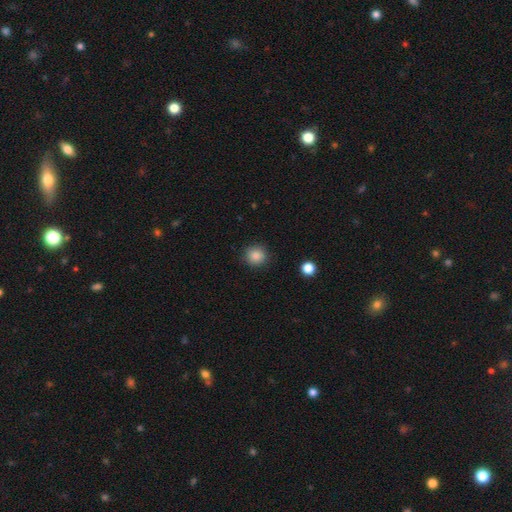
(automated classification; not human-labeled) A smooth galaxy with no disk features (86%) that is round (92%). Merging: none (90%).